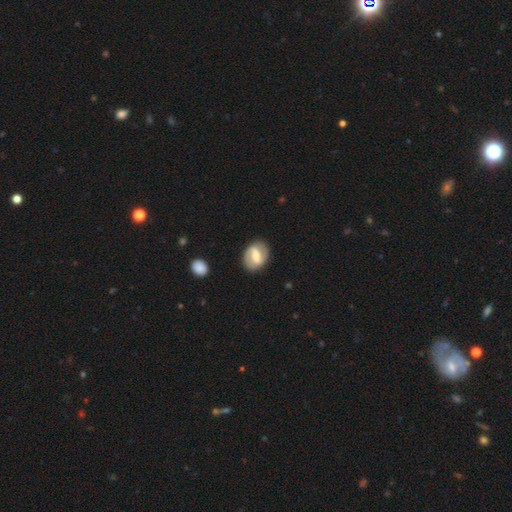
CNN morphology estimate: Smooth or featured: featured or disk — 69% (smooth — 25%)
Edge-on disk: no — 97% (yes — 3%)
Bar: strong — 47% (weak — 40%)
Spiral arms: yes — 81% (no — 19%)
Spiral winding: medium — 44% (loose — 28%)
Spiral arm count: 2 — 88% (can't tell — 6%)
Bulge size: moderate — 58% (small — 26%)
Merging: none — 84% (minor disturbance — 11%)